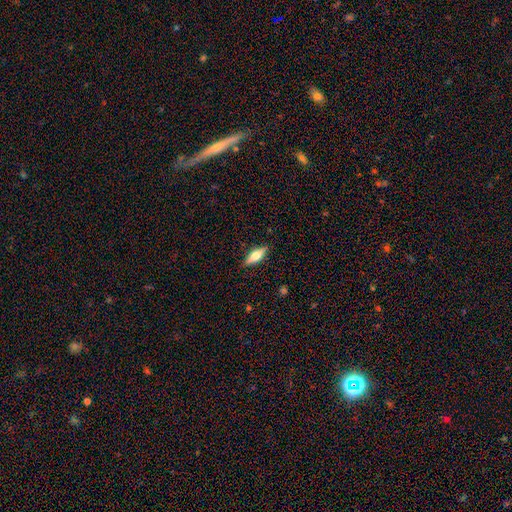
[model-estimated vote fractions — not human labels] smooth_or_featured: smooth (p=0.47) [tied with: featured or disk p=0.47]
merging: none (p=0.88) [alt: minor disturbance p=0.09]